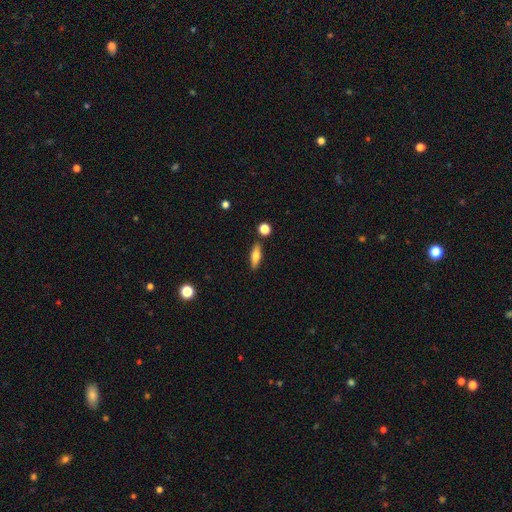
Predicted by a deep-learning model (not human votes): Smooth or featured? Predicted: smooth (p=0.72). How rounded? Predicted: in between (p=0.52). Merging? Predicted: none (p=0.84).